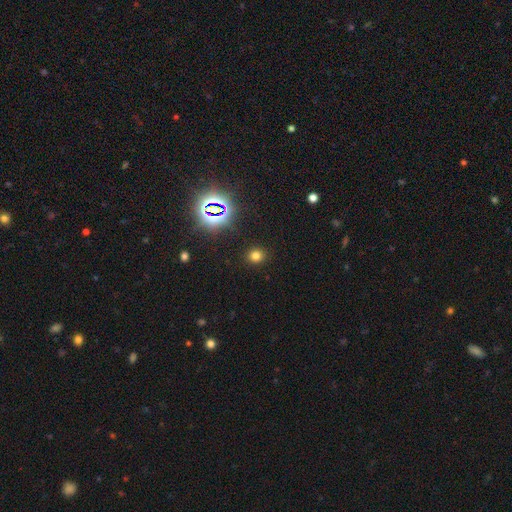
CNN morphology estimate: Smooth or featured? smooth (73%)
How rounded? round (83%)
Merging? none (90%)